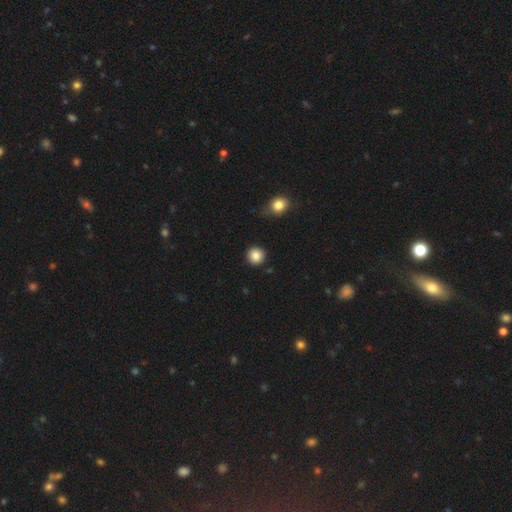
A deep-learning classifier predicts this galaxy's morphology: Smooth or featured?
  - smooth: 86% *
  - star or artifact: 9%
  - featured or disk: 4%
How rounded?
  - round: 95% *
  - in between: 4%
  - cigar-shaped: 1%
Merging?
  - none: 91% *
  - minor disturbance: 6%
  - major disturbance: 2%
  - merger: 2%